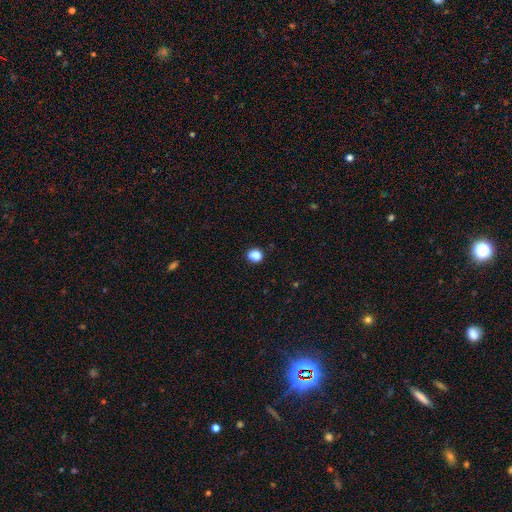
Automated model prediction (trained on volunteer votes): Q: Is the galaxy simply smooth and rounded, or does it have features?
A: smooth — 86%.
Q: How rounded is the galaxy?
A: in between — 50%.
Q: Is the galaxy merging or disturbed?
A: none — 89%.